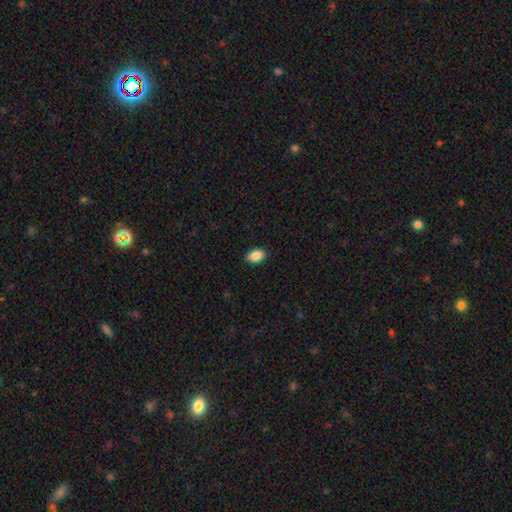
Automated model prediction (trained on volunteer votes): smooth_or_featured: smooth (p=0.88) [alt: star or artifact p=0.07]
how_rounded: in between (p=0.90) [alt: round p=0.08]
merging: none (p=0.89) [alt: minor disturbance p=0.08]